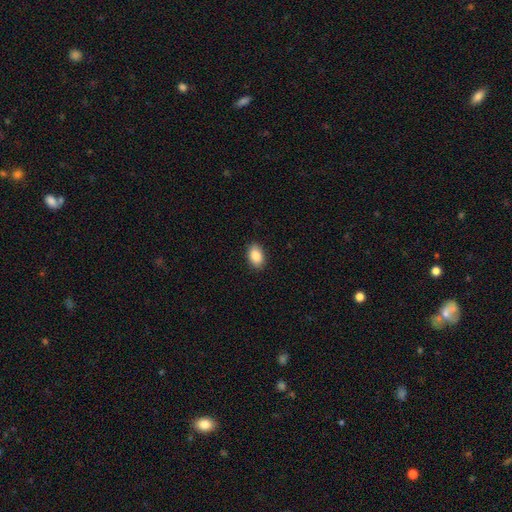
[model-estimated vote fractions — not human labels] The model was most divided on "merging": none: 88%, minor disturbance: 9%, major disturbance: 2%, merger: 1%. More confident: how rounded — in between (90%); smooth or featured — smooth (89%).